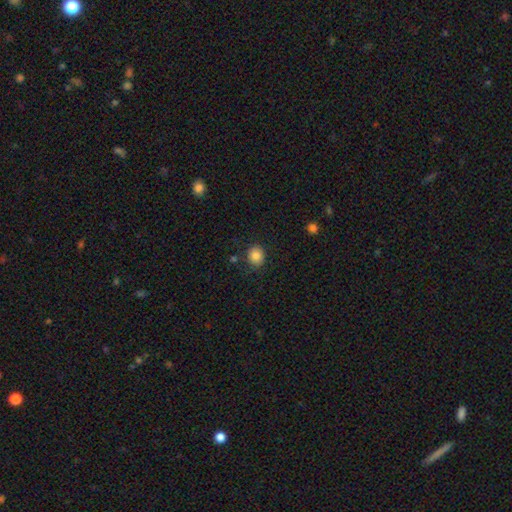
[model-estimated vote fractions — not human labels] The model was most divided on "how rounded": round: 67%, in between: 32%, cigar-shaped: 1%. More confident: smooth or featured — smooth (85%); merging — none (82%).